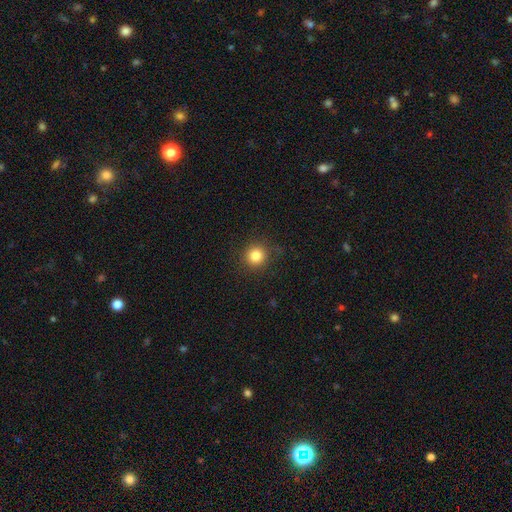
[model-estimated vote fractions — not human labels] smooth-or-featured: smooth: 83% | star or artifact: 12% | featured or disk: 5%
  how-rounded: round: 94% | in between: 5% | cigar-shaped: 1%
  merging: none: 89% | minor disturbance: 7% | major disturbance: 3% | merger: 1%